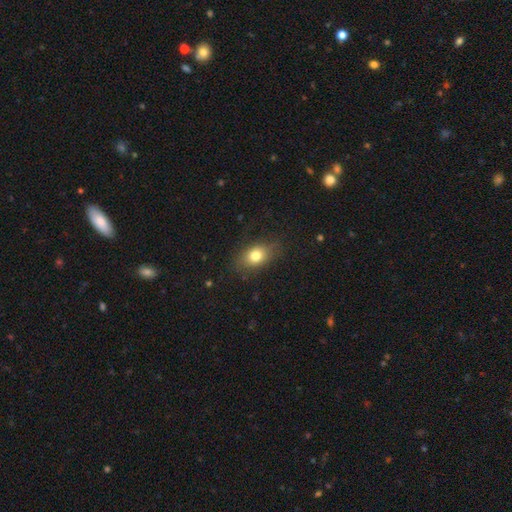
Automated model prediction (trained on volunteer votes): This appears to be a smooth galaxy with no disk features (78%) that is in between round and cigar-shaped (71%). Merging: none (79%).